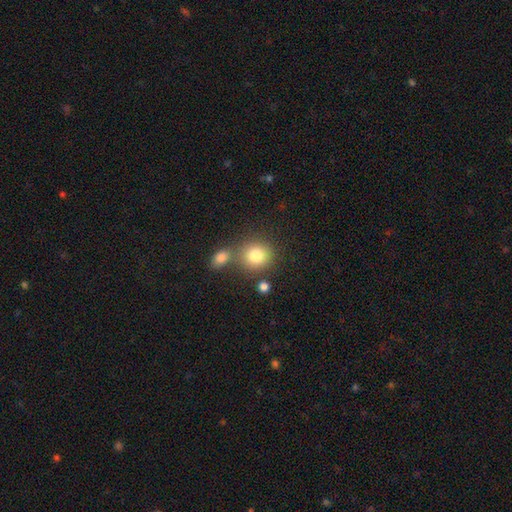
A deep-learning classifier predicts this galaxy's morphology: This is clearly a smooth galaxy (81%). How rounded: clearly round (83%). Merging: likely none (62%).